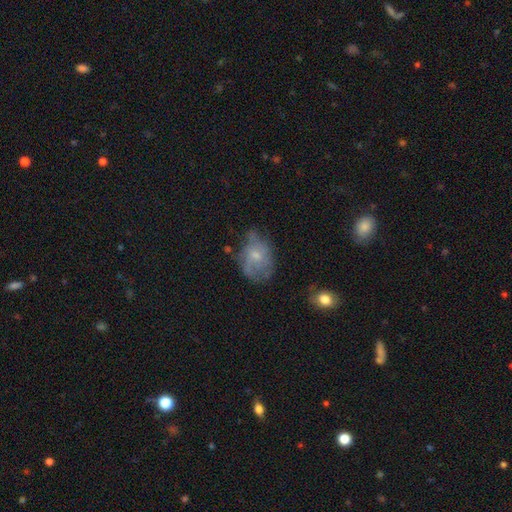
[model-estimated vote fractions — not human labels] Smooth or featured: featured or disk — 49% (smooth — 41%)
Merging: none — 45% (minor disturbance — 32%)